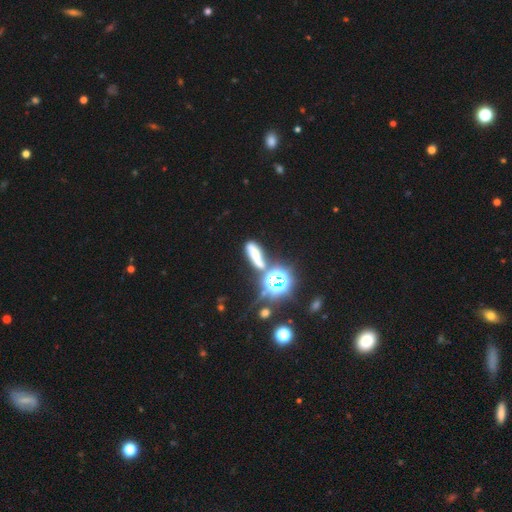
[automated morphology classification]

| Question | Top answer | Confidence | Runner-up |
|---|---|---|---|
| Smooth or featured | smooth | 49% | star or artifact (34%) |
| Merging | none | 48% | merger (25%) |